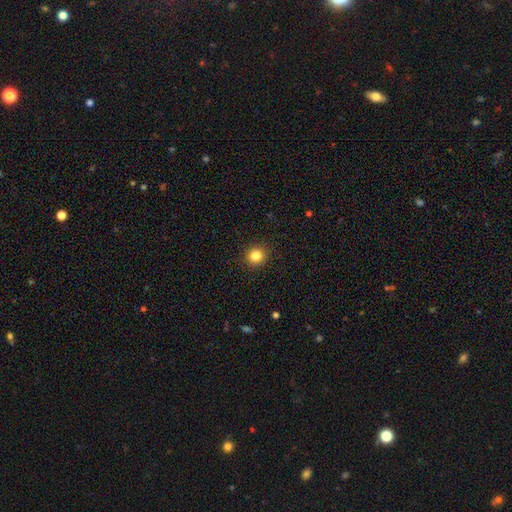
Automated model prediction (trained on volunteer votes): Smooth or featured?
  - smooth: 84% *
  - star or artifact: 11%
  - featured or disk: 5%
How rounded?
  - round: 87% *
  - in between: 12%
  - cigar-shaped: 1%
Merging?
  - none: 91% *
  - minor disturbance: 6%
  - major disturbance: 2%
  - merger: 1%